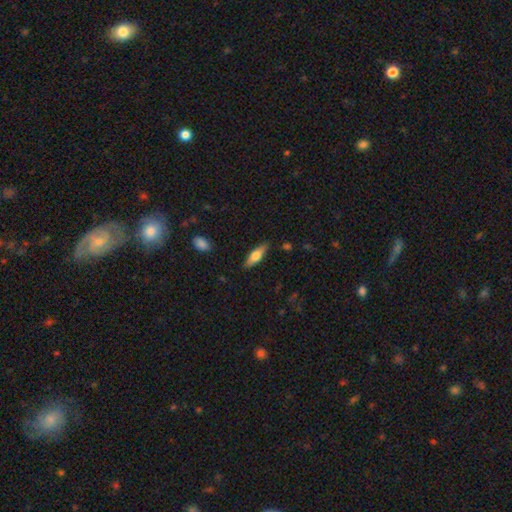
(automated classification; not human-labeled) A smooth galaxy with no disk features (62%) that is in between round and cigar-shaped (51%). Merging: none (86%).